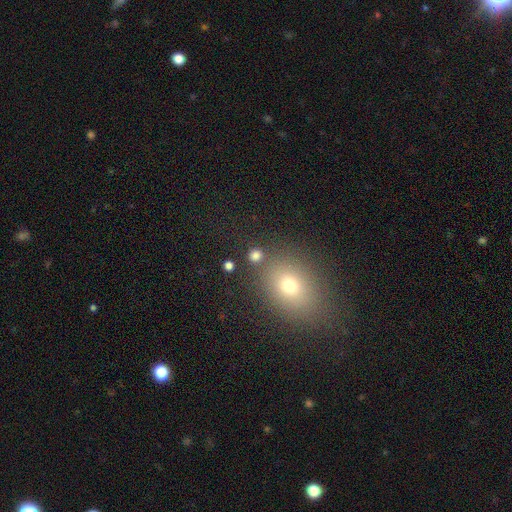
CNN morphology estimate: Q: Smooth or featured?
A: smooth (77%); runner-up: star or artifact (17%)
Q: How rounded?
A: round (83%); runner-up: in between (16%)
Q: Merging?
A: none (79%); runner-up: merger (10%)